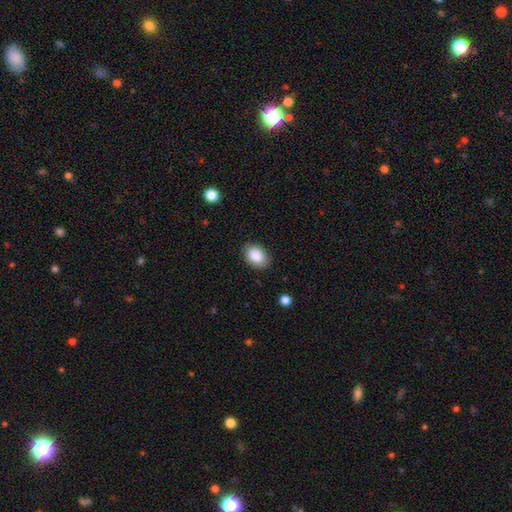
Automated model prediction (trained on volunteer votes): This is clearly a smooth galaxy (88%). How rounded: clearly in between (81%). Merging: clearly none (84%).